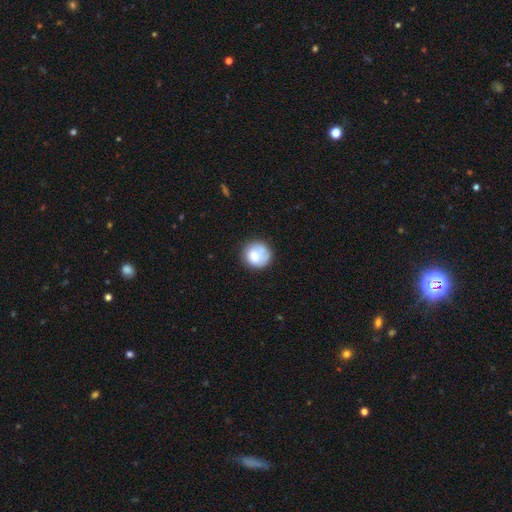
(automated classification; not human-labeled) Overall: smooth (75%). How rounded: round (90%). Merging: none (68%).